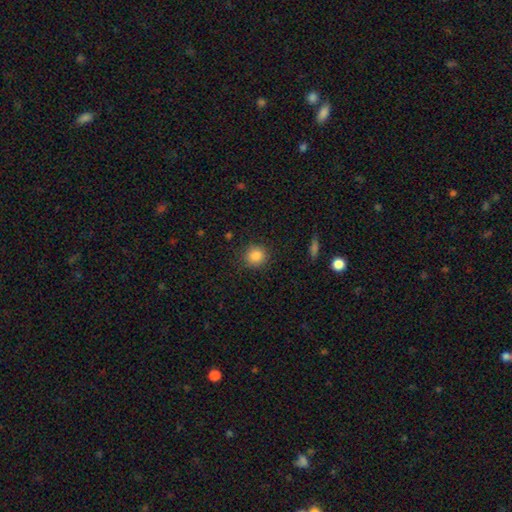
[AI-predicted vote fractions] A smooth galaxy with no disk features (86%) that is round (88%). Merging: none (87%).